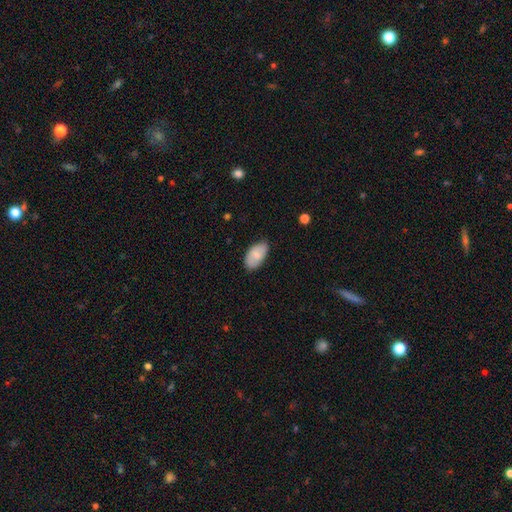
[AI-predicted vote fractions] Smooth or featured? smooth (82%)
How rounded? in between (95%)
Merging? none (75%)